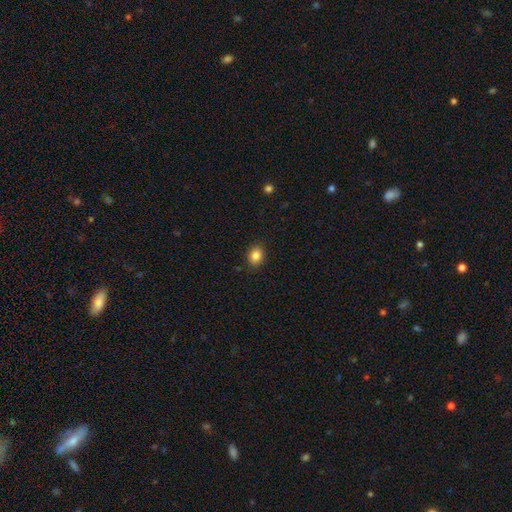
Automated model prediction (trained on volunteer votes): Overall: smooth (85%). How rounded: round (51%; in between 48%). Merging: none (88%).